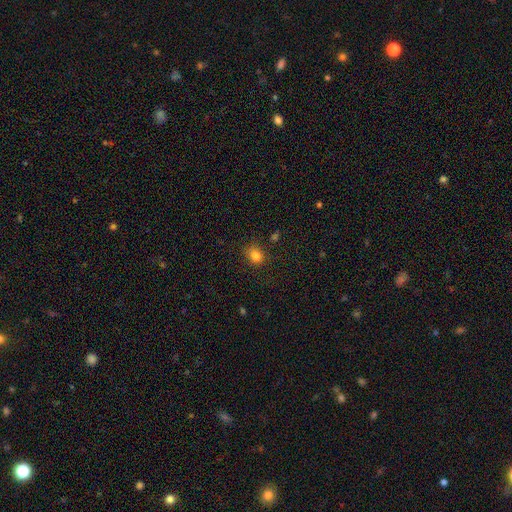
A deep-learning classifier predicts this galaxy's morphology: type=smooth (82%); roundness=round (62%); merging=none (80%).